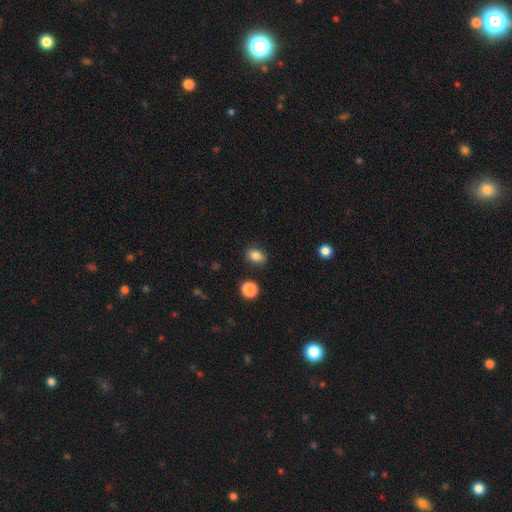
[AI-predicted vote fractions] Smooth or featured?
  - smooth: 85% *
  - star or artifact: 10%
  - featured or disk: 5%
How rounded?
  - in between: 74% *
  - round: 25%
  - cigar-shaped: 1%
Merging?
  - none: 86% *
  - minor disturbance: 10%
  - major disturbance: 3%
  - merger: 2%